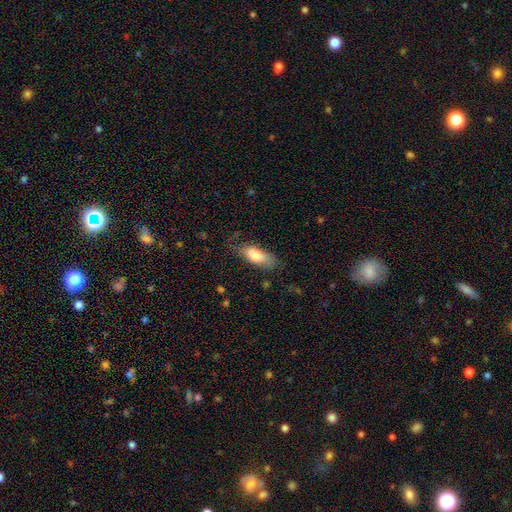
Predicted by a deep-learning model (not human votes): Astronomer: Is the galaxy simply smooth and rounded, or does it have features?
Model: smooth — 76%.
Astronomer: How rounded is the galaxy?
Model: in between — 74%.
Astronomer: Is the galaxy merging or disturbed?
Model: none — 69%.